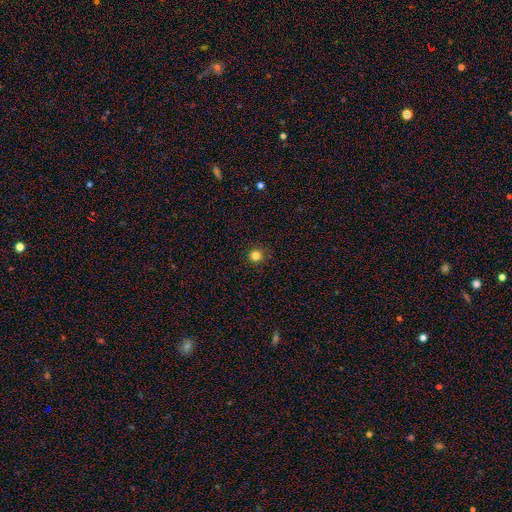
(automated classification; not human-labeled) Overall: smooth (82%). How rounded: round (95%). Merging: none (91%).